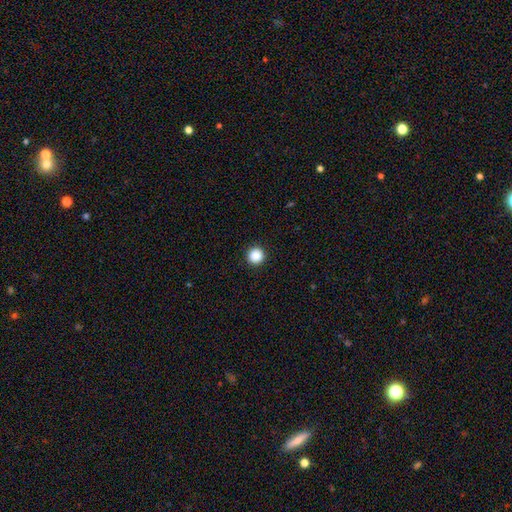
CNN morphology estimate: smooth_or_featured: smooth (p=0.87) [alt: star or artifact p=0.10]
how_rounded: round (p=0.96) [alt: in between p=0.03]
merging: none (p=0.94) [alt: minor disturbance p=0.04]